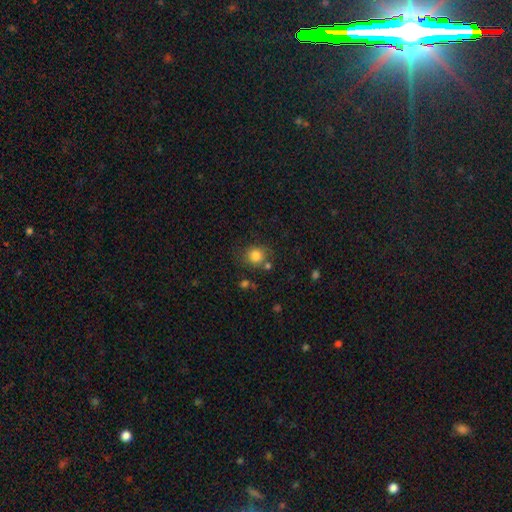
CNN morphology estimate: Overall: smooth (83%). How rounded: round (82%). Merging: none (72%).